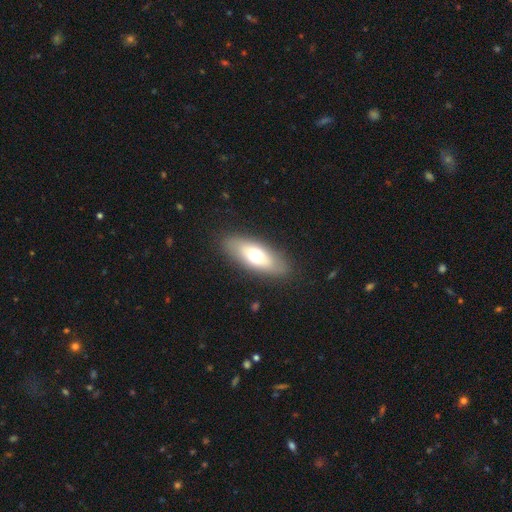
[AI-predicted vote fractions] Smooth or featured? Predicted: smooth (p=0.62). How rounded? Predicted: in between (p=0.74). Merging? Predicted: none (p=0.86).